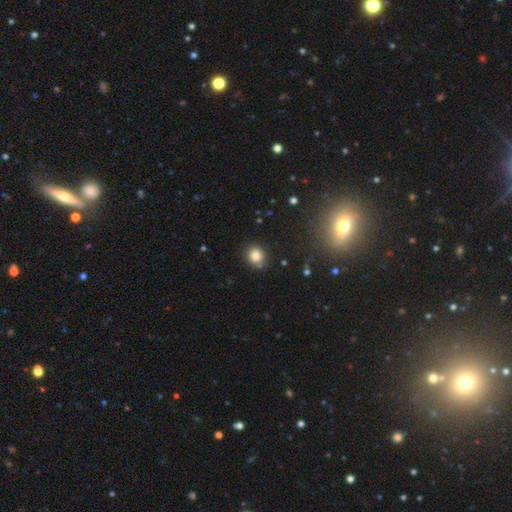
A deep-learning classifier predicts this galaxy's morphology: Overall: smooth (82%). How rounded: round (84%). Merging: none (82%).